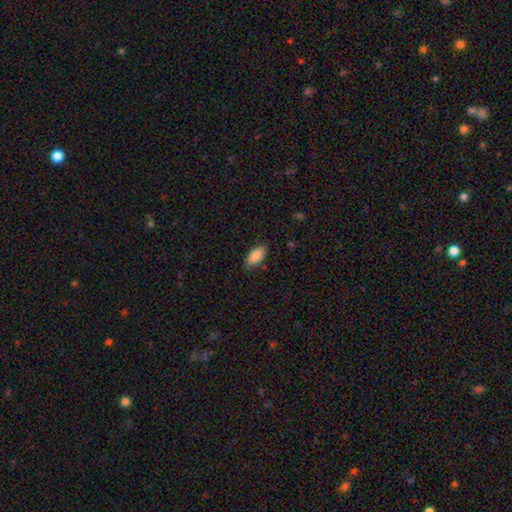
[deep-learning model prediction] Overall: smooth (89%). How rounded: in between (93%). Merging: none (82%).